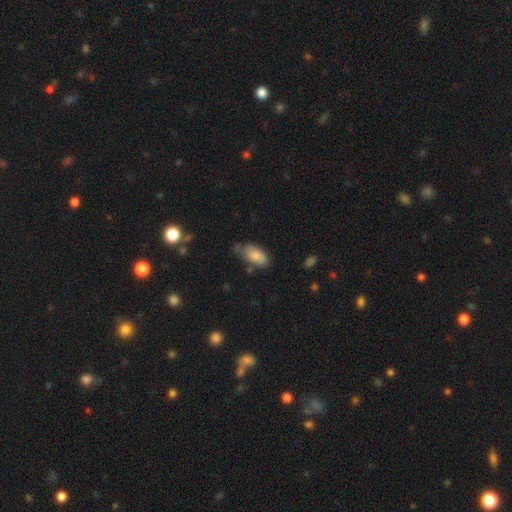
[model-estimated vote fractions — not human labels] Overall: smooth (80%). How rounded: in between (90%). Merging: none (50%; minor disturbance 37%).